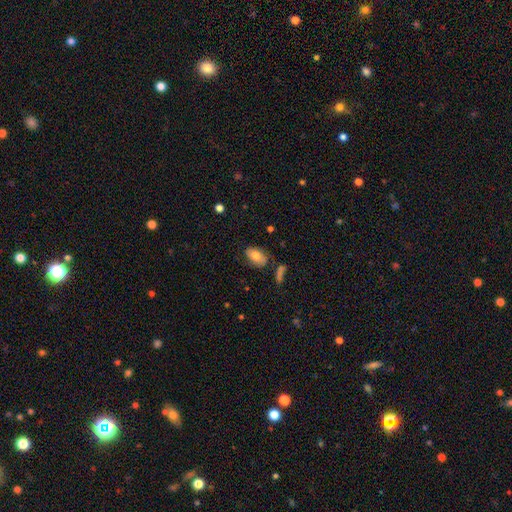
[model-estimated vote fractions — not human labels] The model was most divided on "merging": none: 64%, minor disturbance: 21%, major disturbance: 8%, merger: 7%. More confident: how rounded — in between (92%); smooth or featured — smooth (74%).